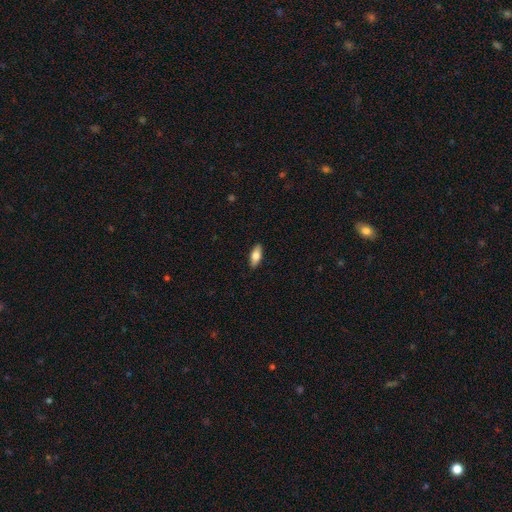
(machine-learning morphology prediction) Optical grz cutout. It shows a smooth galaxy with no disk features (73%) that is in between round and cigar-shaped (78%). Merging: none (89%).